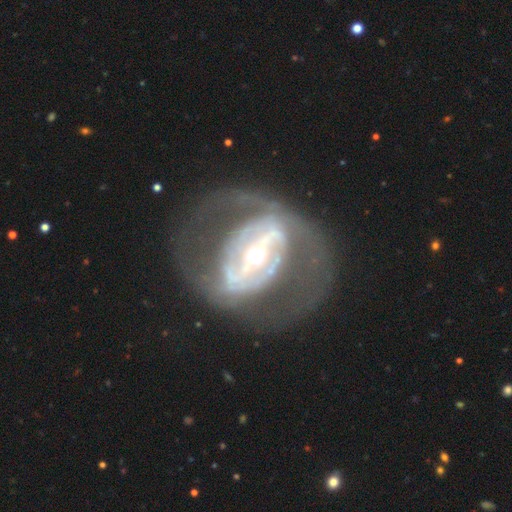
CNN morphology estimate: A featured or disk galaxy (85%) with a strong bar (66%), 2 (69%) medium (41%) spiral arms (63%) and a moderate central bulge (53%).

Vote fractions:
- Smooth or featured? featured or disk: 85% / smooth: 9% / star or artifact: 6%
- Edge-on disk? no: 93% / yes: 7%
- Bar? strong: 66% / weak: 22% / no: 12%
- Spiral arms? yes: 63% / no: 37%
- Spiral winding? medium: 41% / tight: 36% / loose: 23%
- Spiral arm count? 2: 69% / can't tell: 19% / 3: 4% / 1: 4% / 4: 2% / more than 4: 2%
- Bulge size? moderate: 53% / small: 38% / large: 7% / dominant: 1% / none: 1%
- Merging? none: 59% / major disturbance: 25% / minor disturbance: 14% / merger: 2%